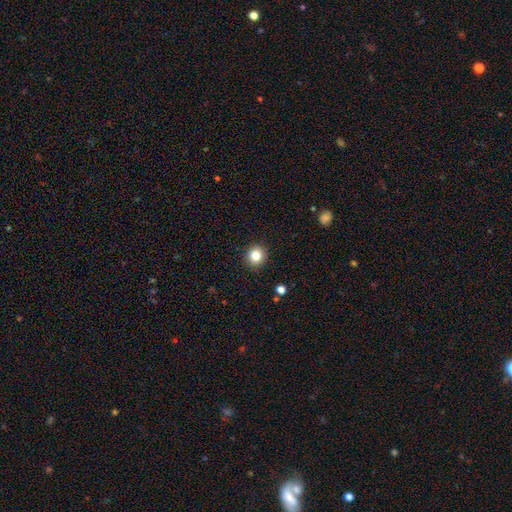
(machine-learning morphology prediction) type=smooth (82%); roundness=round (89%); merging=none (92%).